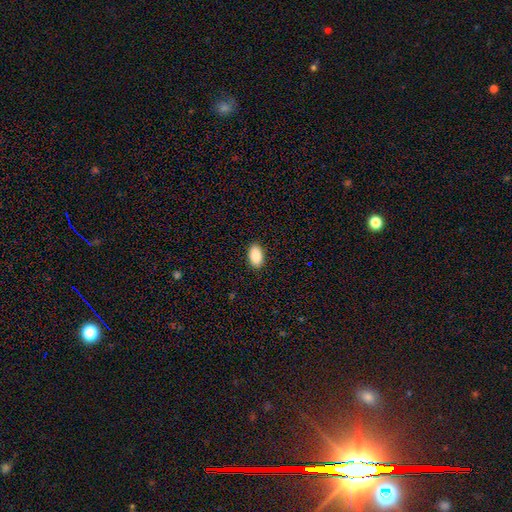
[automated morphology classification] type=smooth (90%); roundness=in between (95%); merging=none (90%).